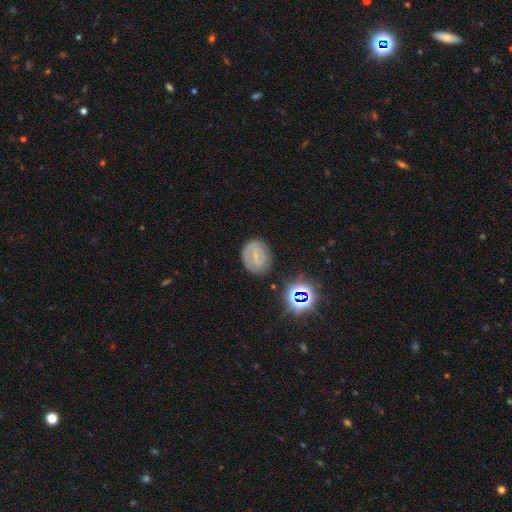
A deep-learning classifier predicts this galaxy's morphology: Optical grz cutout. It shows a featured or disk galaxy (54%) with a weak bar (47%), spiral arms (62%) and a small central bulge (67%). Merging: none (75%).